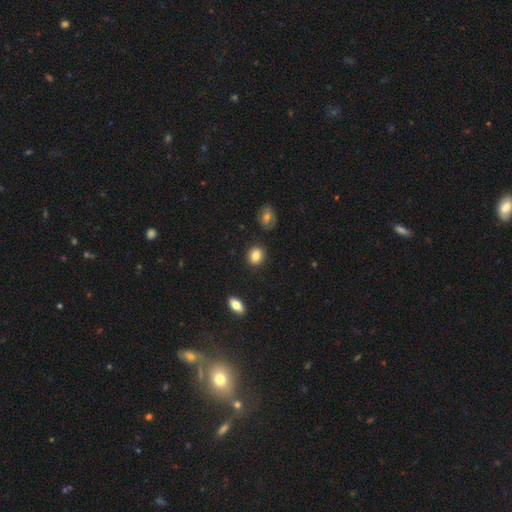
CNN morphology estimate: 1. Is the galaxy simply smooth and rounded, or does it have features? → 85% smooth, 9% star or artifact, 6% featured or disk.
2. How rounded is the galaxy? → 67% round, 32% in between, 1% cigar-shaped.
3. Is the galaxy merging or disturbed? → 87% none, 8% minor disturbance, 2% major disturbance, 2% merger.